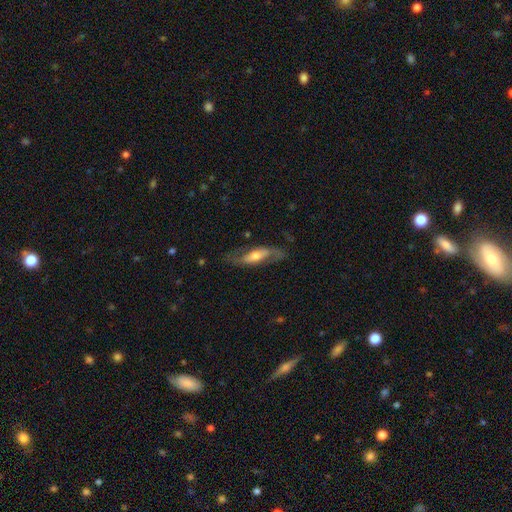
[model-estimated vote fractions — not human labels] smooth_or_featured: featured or disk (p=0.69) [alt: smooth p=0.26]
disk_edge_on: no (p=0.77) [alt: yes p=0.23]
bar: no (p=0.39) [alt: weak p=0.33]
has_spiral_arms: yes (p=0.82) [alt: no p=0.18]
bulge_size: moderate (p=0.60) [alt: small p=0.22]
merging: none (p=0.68) [alt: minor disturbance p=0.18]